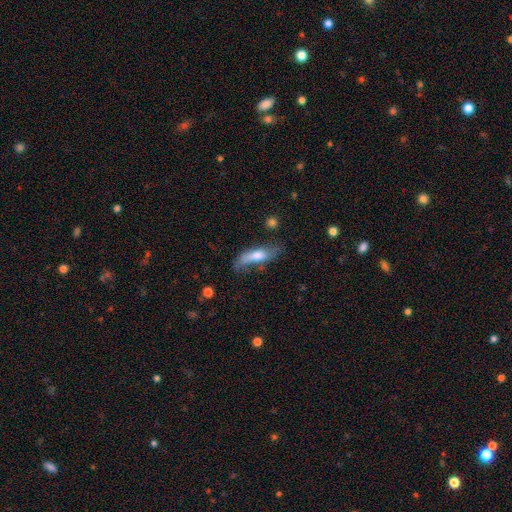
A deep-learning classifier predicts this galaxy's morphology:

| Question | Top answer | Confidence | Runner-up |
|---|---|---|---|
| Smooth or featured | smooth | 60% | featured or disk (34%) |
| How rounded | cigar-shaped | 59% | in between (39%) |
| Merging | none | 50% | minor disturbance (30%) |